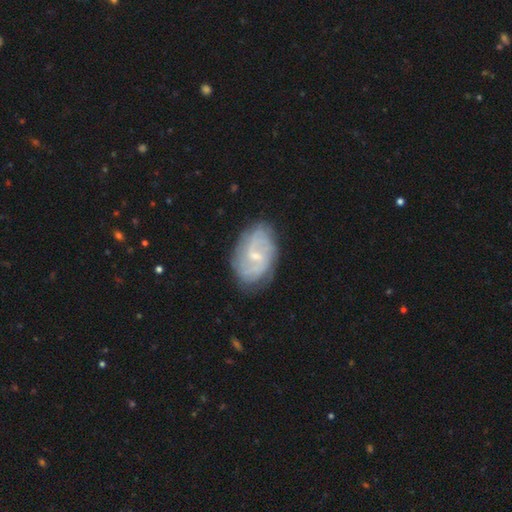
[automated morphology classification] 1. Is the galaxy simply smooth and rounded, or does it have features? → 74% featured or disk, 19% smooth, 7% star or artifact.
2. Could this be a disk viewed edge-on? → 97% no, 3% yes.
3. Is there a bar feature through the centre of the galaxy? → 58% weak, 31% no, 11% strong.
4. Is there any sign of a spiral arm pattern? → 89% yes, 11% no.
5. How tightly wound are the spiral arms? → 40% tight, 39% medium, 21% loose.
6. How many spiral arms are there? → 42% 2, 36% can't tell, 10% 3, 5% 4, 4% 1, 3% more than 4.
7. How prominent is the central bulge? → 64% small, 28% moderate, 6% none, 1% large, 1% dominant.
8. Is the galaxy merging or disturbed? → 74% none, 18% minor disturbance, 6% major disturbance, 1% merger.